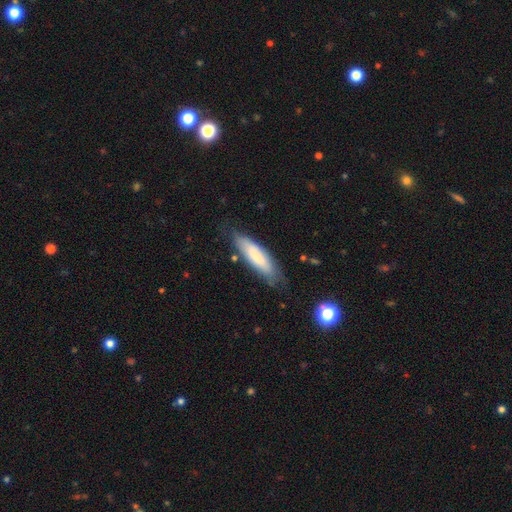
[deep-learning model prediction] Smooth or featured? Predicted: smooth (p=0.72). How rounded? Predicted: cigar-shaped (p=0.60). Merging? Predicted: none (p=0.74).